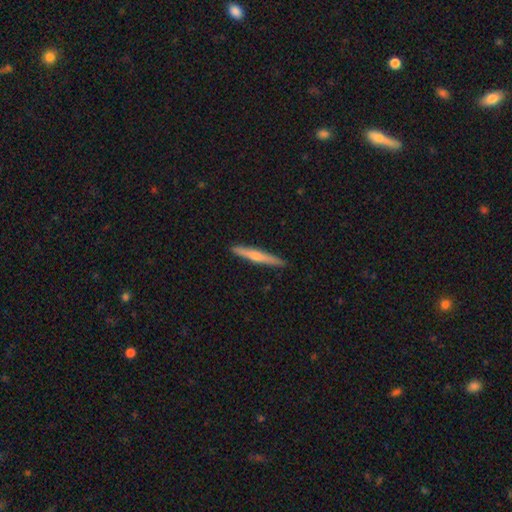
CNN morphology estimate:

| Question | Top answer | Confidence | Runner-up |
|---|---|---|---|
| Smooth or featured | featured or disk | 61% | smooth (32%) |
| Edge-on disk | yes | 97% | no (3%) |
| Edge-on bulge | rounded | 81% | none (15%) |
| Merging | none | 91% | minor disturbance (7%) |